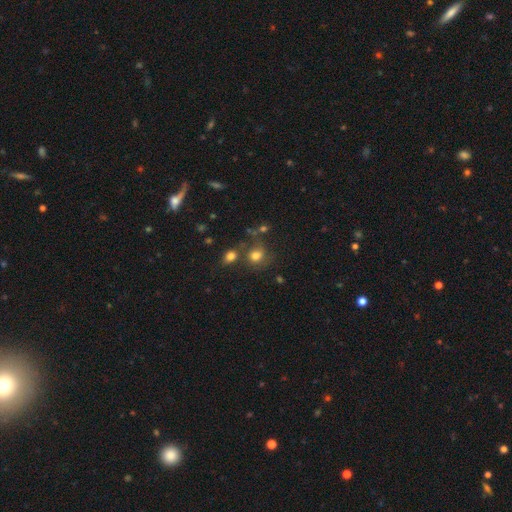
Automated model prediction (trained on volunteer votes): Morphology: type=smooth (74%); roundness=round (65%); merging=none (58%).